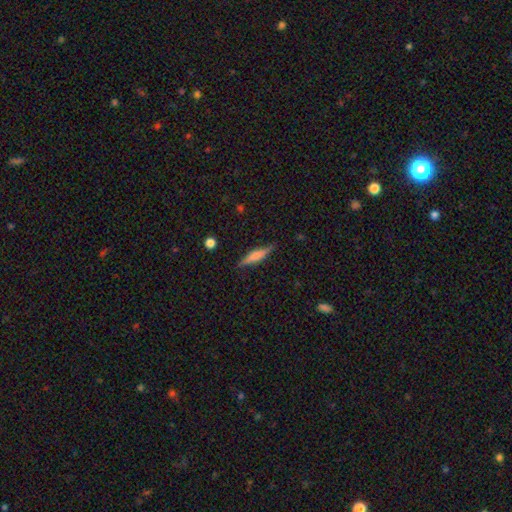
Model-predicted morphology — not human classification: A smooth galaxy with no disk features (49%). Merging: none (85%).